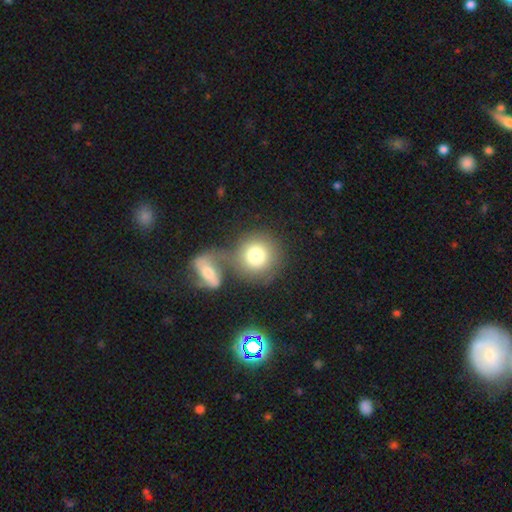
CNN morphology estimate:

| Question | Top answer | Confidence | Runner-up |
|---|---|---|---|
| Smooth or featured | smooth | 76% | featured or disk (16%) |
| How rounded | round | 88% | in between (10%) |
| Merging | none | 45% | merger (40%) |